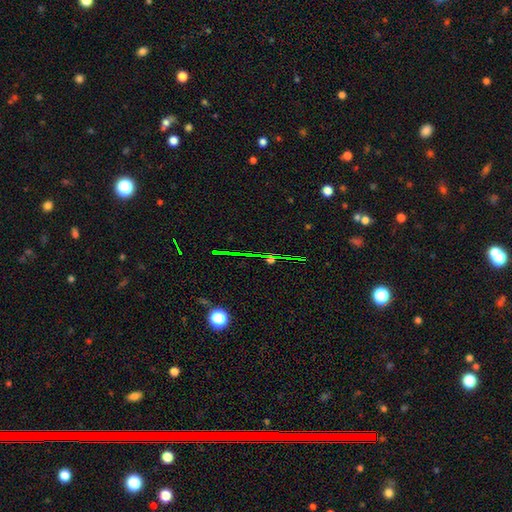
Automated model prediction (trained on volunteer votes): smooth_or_featured: star or artifact (p=0.74) [alt: smooth p=0.14]